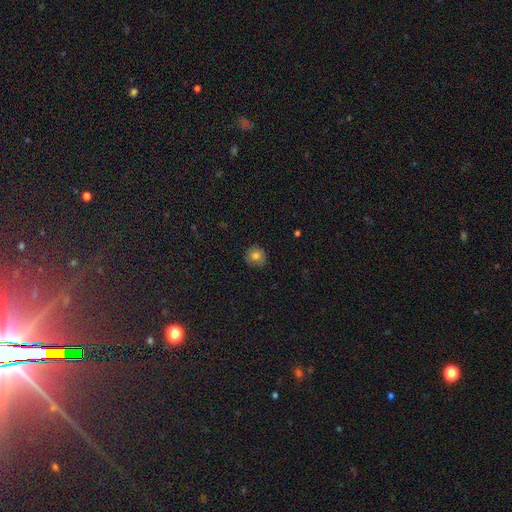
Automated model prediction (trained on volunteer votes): This is likely a smooth galaxy (79%). How rounded: clearly round (91%). Merging: clearly none (86%).